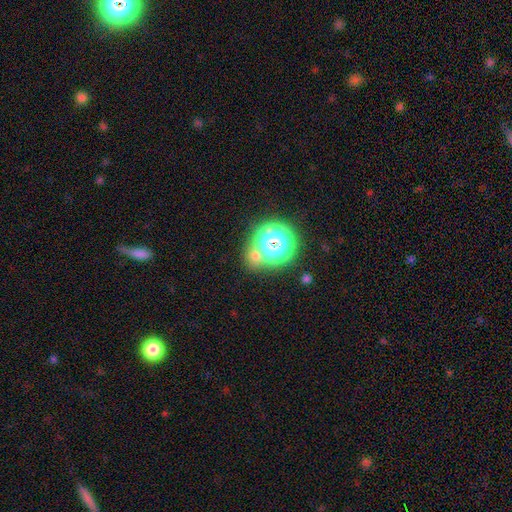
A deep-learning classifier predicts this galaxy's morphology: smooth 51%, star or artifact 35%, featured or disk 14%. Down the decision tree: how rounded — round (85%); merging — none (61%).